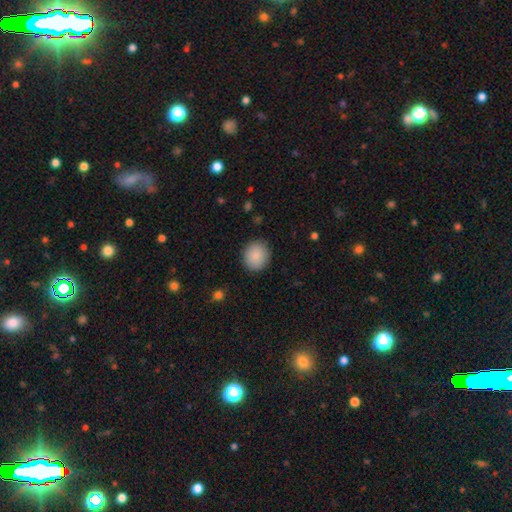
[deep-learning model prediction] smooth_or_featured: smooth (p=0.88) [alt: star or artifact p=0.07]
how_rounded: round (p=0.81) [alt: in between p=0.18]
merging: none (p=0.89) [alt: minor disturbance p=0.08]